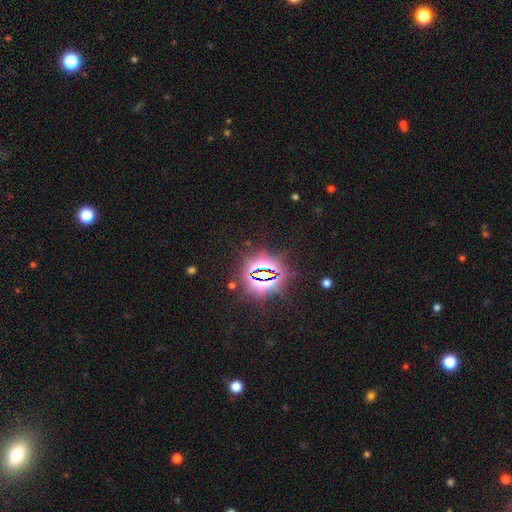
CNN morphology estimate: Smooth or featured? star or artifact (83%)